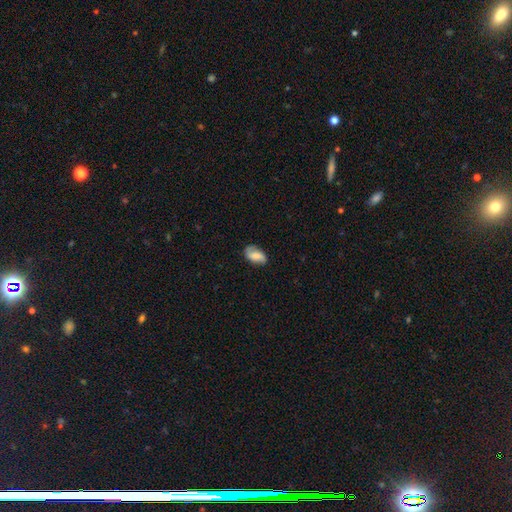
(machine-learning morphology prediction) Overall: smooth (59%; featured or disk 33%). How rounded: in between (90%). Merging: none (68%).